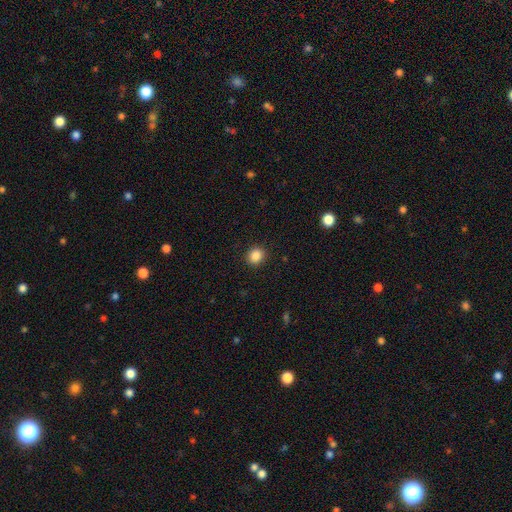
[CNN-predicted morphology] smooth_or_featured: smooth (p=0.86) [alt: star or artifact p=0.10]
how_rounded: round (p=0.80) [alt: in between p=0.19]
merging: none (p=0.91) [alt: minor disturbance p=0.06]